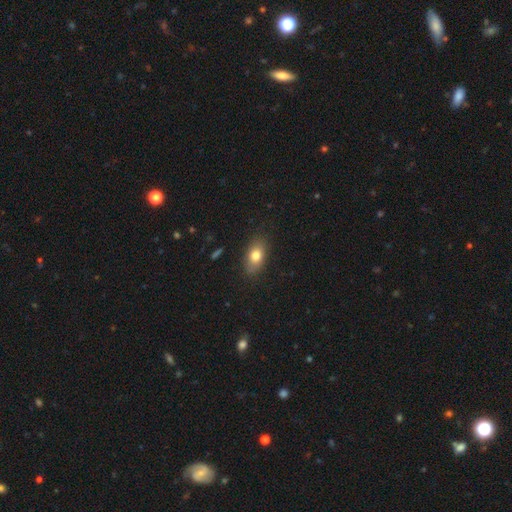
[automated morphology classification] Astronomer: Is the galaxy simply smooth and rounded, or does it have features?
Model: smooth — 77%.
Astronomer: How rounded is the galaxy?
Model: in between — 84%.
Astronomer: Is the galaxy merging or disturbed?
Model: none — 83%.